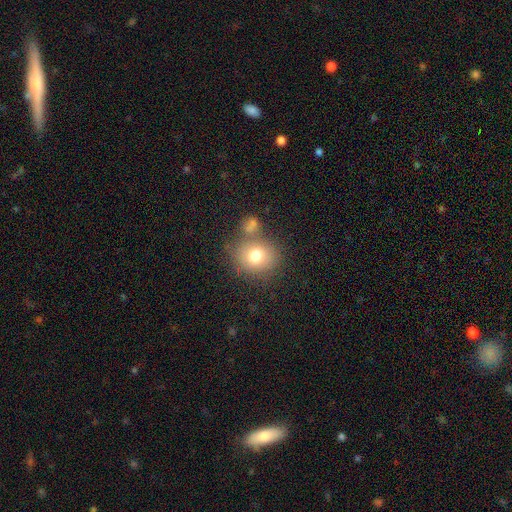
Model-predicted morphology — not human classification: Smooth or featured: smooth — 75% (featured or disk — 14%)
How rounded: round — 74% (in between — 25%)
Merging: none — 63% (merger — 17%)